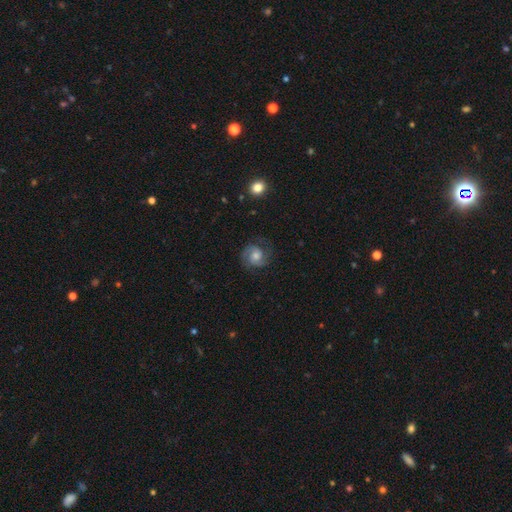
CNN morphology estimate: type=featured or disk (79%); edge-on=no (98%); bar=no (64%); spiral arms=yes (97%); winding=medium (45%); arm count=2 (84%); bulge=moderate (58%); merging=none (78%).